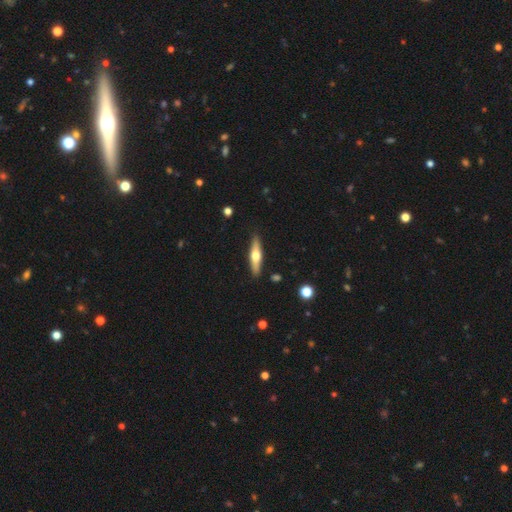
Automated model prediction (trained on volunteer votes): This is possibly a featured or disk galaxy (52%). It is clearly viewed edge-on (93%). Merging: clearly none (89%).